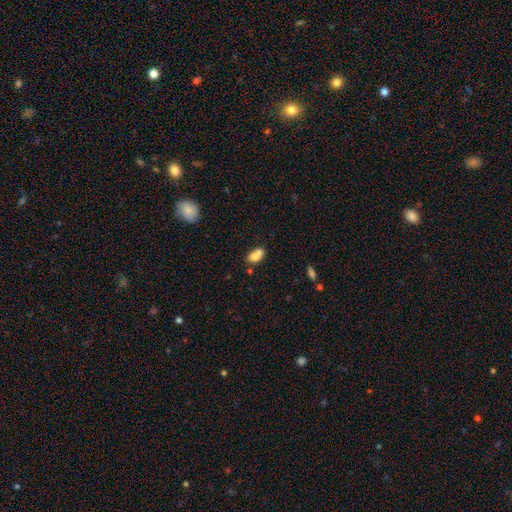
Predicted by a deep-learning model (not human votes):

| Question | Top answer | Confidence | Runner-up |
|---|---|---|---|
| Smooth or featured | smooth | 73% | featured or disk (17%) |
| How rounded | in between | 72% | round (24%) |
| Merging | merger | 55% | none (29%) |